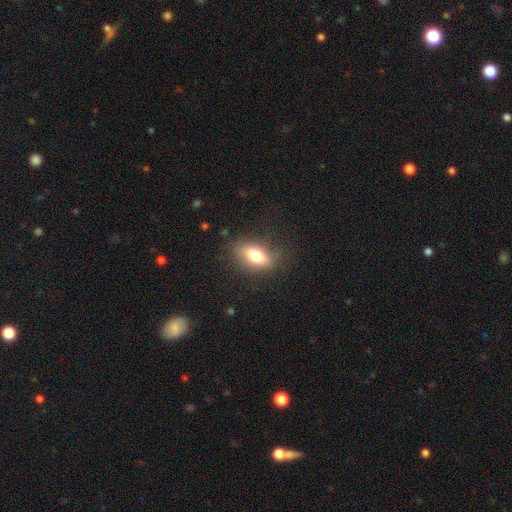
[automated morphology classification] Smooth or featured? Predicted: smooth (p=0.75). How rounded? Predicted: in between (p=0.84). Merging? Predicted: none (p=0.76).